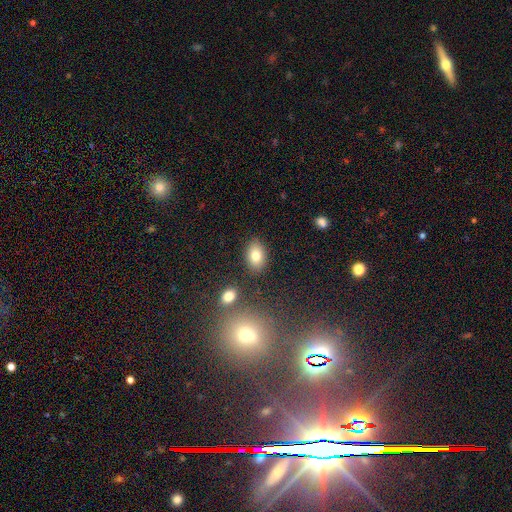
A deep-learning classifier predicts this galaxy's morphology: Smooth or featured: smooth — 80% (featured or disk — 11%)
How rounded: in between — 84% (round — 14%)
Merging: none — 84% (minor disturbance — 10%)